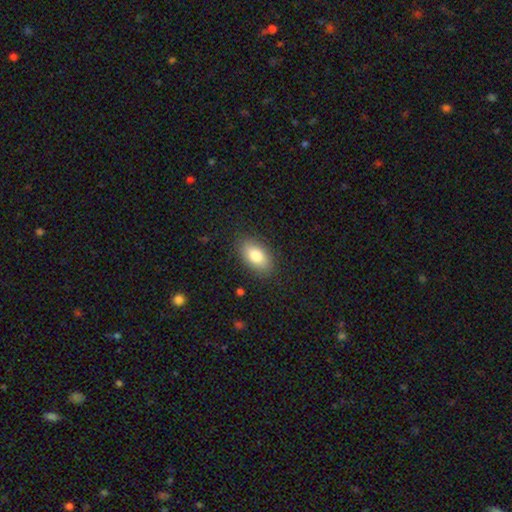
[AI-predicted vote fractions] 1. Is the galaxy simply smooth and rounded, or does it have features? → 82% smooth, 11% featured or disk, 7% star or artifact.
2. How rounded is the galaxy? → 92% in between, 6% round, 3% cigar-shaped.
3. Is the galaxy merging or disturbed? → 86% none, 10% minor disturbance, 3% major disturbance, 1% merger.